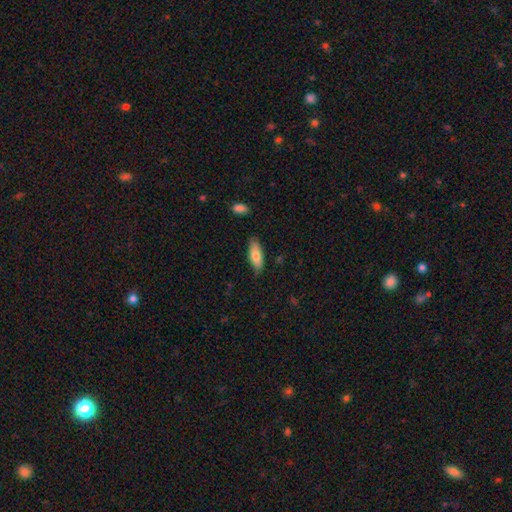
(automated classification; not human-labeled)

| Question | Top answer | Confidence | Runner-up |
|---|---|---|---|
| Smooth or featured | smooth | 76% | featured or disk (18%) |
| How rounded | in between | 65% | cigar-shaped (33%) |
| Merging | none | 79% | minor disturbance (16%) |